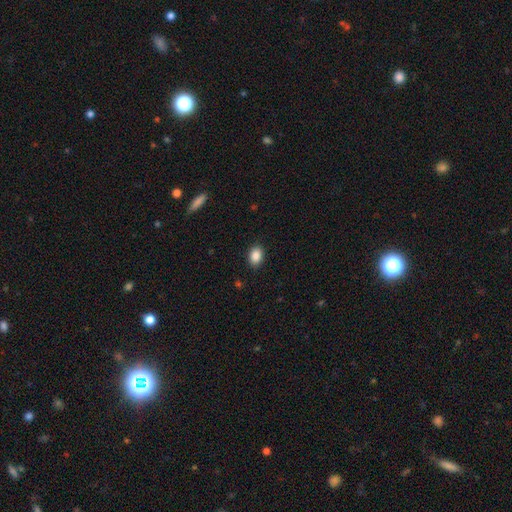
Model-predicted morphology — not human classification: Smooth or featured: smooth — 88% (star or artifact — 8%)
How rounded: in between — 76% (round — 23%)
Merging: none — 89% (minor disturbance — 8%)